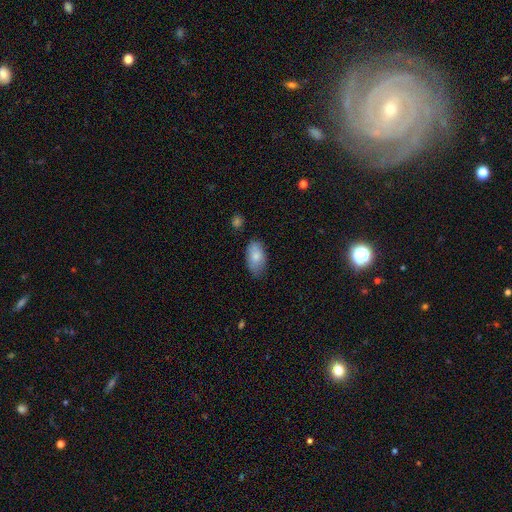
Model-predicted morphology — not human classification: A smooth galaxy with no disk features (82%) that is in between round and cigar-shaped (94%).

Vote fractions:
- Smooth or featured? smooth: 82% / featured or disk: 12% / star or artifact: 6%
- How rounded? in between: 94% / round: 4% / cigar-shaped: 3%
- Merging? none: 72% / minor disturbance: 22% / major disturbance: 4% / merger: 2%